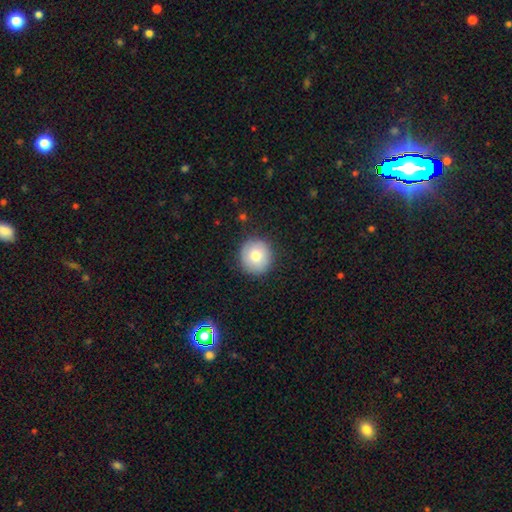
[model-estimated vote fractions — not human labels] Smooth or featured?
  - smooth: 79% *
  - featured or disk: 13%
  - star or artifact: 8%
How rounded?
  - round: 92% *
  - in between: 7%
  - cigar-shaped: 1%
Merging?
  - none: 88% *
  - minor disturbance: 9%
  - major disturbance: 2%
  - merger: 1%